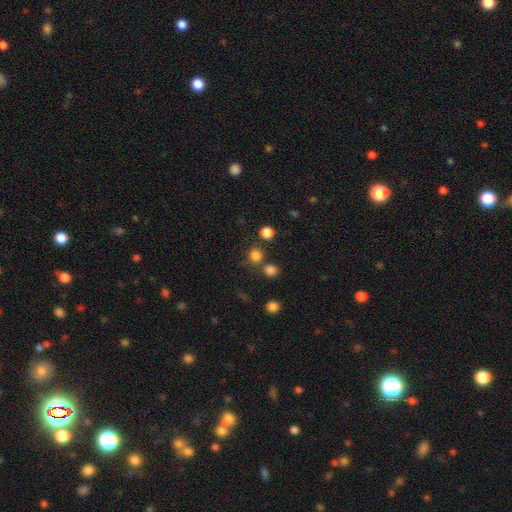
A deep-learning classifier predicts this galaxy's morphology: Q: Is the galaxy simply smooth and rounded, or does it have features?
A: smooth — 80%.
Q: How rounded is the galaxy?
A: round — 87%.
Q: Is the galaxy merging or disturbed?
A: none — 70%.